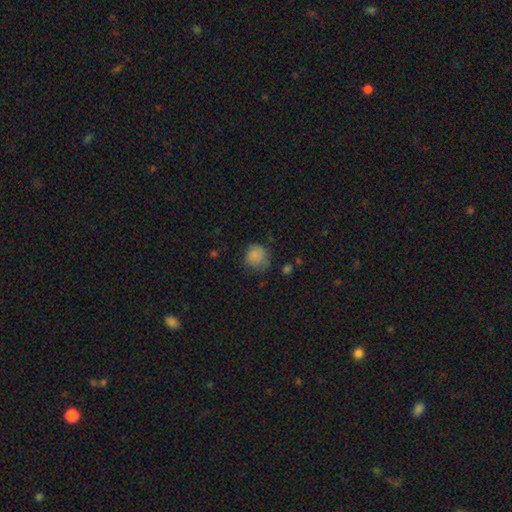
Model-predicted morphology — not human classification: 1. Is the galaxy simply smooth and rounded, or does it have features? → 81% smooth, 11% star or artifact, 8% featured or disk.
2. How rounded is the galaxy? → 82% round, 17% in between, 1% cigar-shaped.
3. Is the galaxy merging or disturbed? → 60% none, 28% minor disturbance, 10% major disturbance, 2% merger.